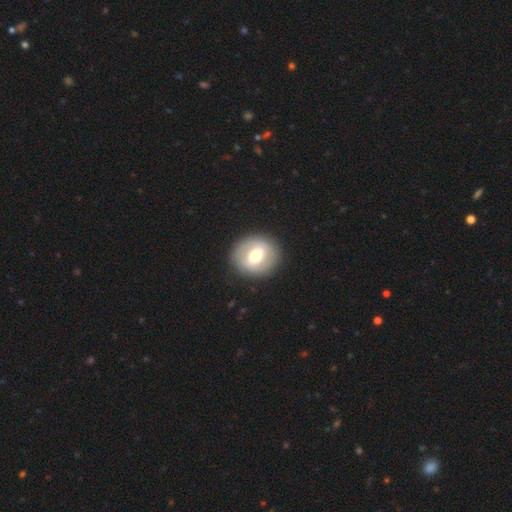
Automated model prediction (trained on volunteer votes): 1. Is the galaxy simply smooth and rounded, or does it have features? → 49% featured or disk, 45% smooth, 6% star or artifact.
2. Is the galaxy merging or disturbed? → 87% none, 8% minor disturbance, 4% major disturbance, 1% merger.